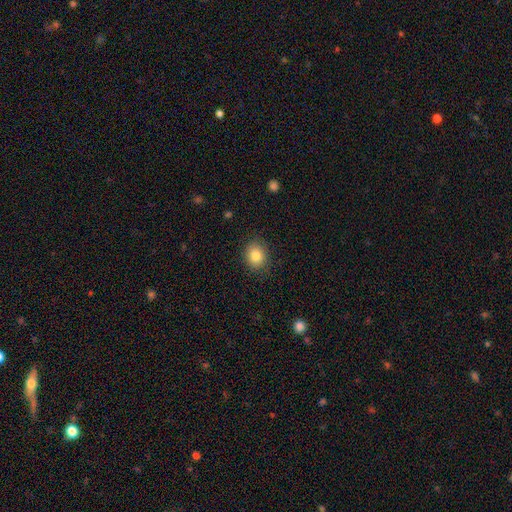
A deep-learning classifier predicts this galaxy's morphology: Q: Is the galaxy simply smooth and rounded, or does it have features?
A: smooth — 84%.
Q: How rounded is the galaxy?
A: round — 60%.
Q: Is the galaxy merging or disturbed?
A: none — 85%.